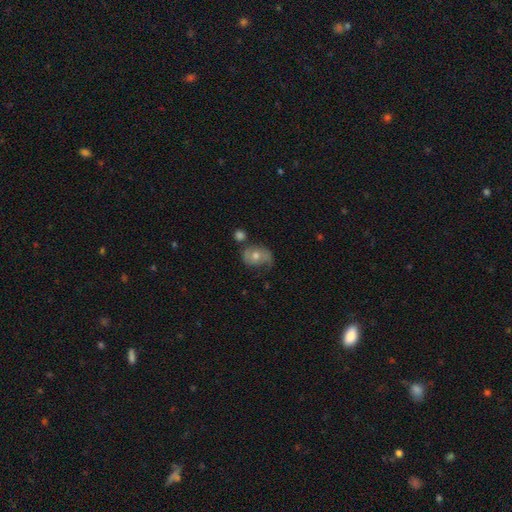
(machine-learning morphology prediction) Smooth or featured?
  - featured or disk: 52% *
  - smooth: 37%
  - star or artifact: 11%
Edge-on disk?
  - no: 96% *
  - yes: 4%
Merging?
  - none: 52% *
  - minor disturbance: 26%
  - major disturbance: 14%
  - merger: 8%